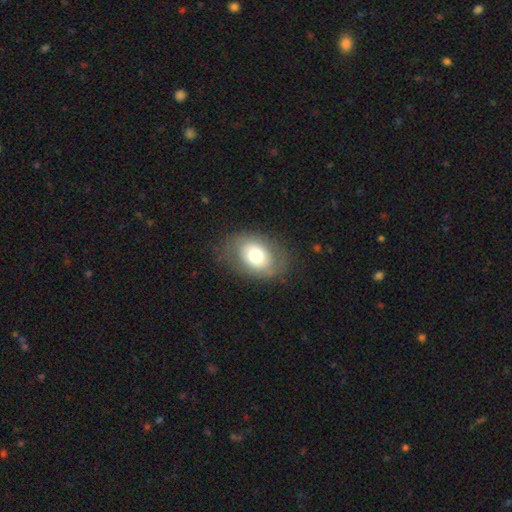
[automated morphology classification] This appears to be a smooth galaxy with no disk features (62%) that is in between round and cigar-shaped (73%). Merging: none (77%).